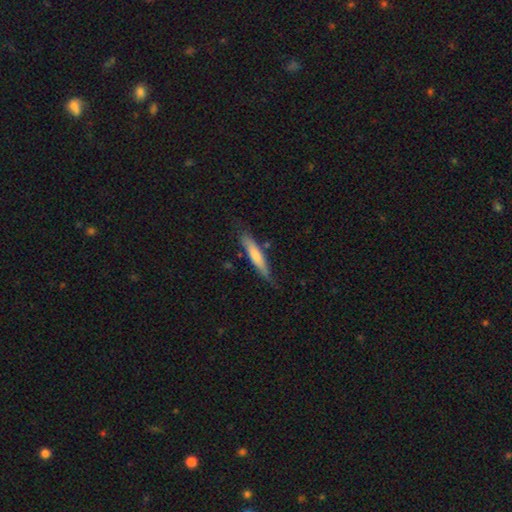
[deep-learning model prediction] smooth 68%, featured or disk 27%, star or artifact 5%. Down the decision tree: how rounded — cigar-shaped (87%); merging — none (73%).